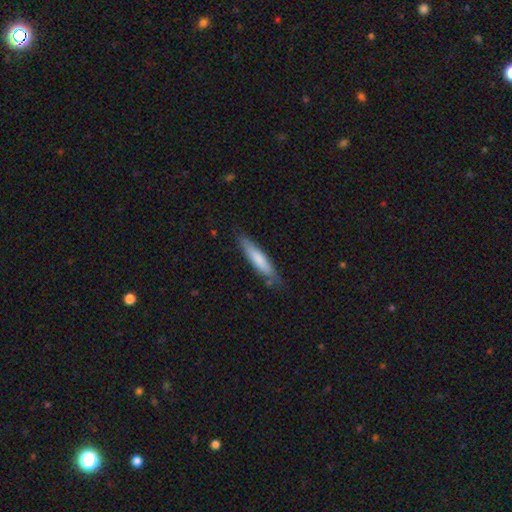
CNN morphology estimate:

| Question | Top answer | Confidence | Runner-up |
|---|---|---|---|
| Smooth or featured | smooth | 70% | featured or disk (24%) |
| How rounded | cigar-shaped | 89% | in between (10%) |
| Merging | none | 81% | minor disturbance (15%) |